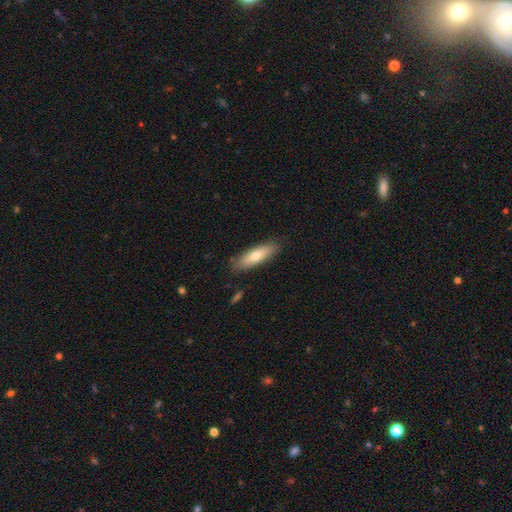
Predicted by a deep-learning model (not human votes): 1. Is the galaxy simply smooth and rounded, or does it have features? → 73% smooth, 21% featured or disk, 6% star or artifact.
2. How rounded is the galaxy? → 61% cigar-shaped, 38% in between, 2% round.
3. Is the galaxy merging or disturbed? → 86% none, 11% minor disturbance, 2% major disturbance, 2% merger.